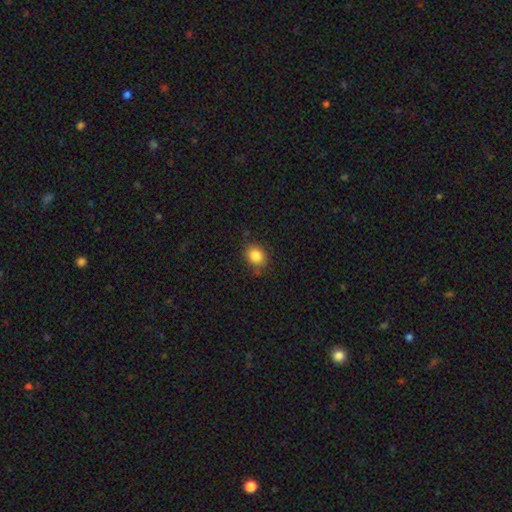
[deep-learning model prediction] Smooth or featured?
  - smooth: 85% *
  - star or artifact: 10%
  - featured or disk: 5%
How rounded?
  - round: 57% *
  - in between: 42%
  - cigar-shaped: 1%
Merging?
  - none: 79% *
  - minor disturbance: 15%
  - major disturbance: 4%
  - merger: 2%